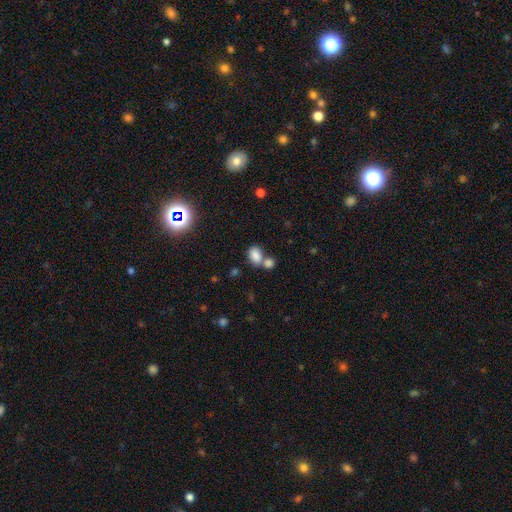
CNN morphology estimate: type=smooth (83%); roundness=in between (78%); merging=merger (46%).